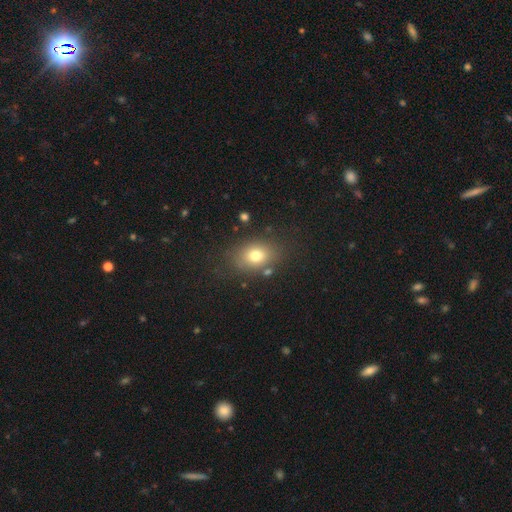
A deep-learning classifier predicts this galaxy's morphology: smooth_or_featured: smooth (p=0.75) [alt: featured or disk p=0.13]
how_rounded: in between (p=0.63) [alt: round p=0.36]
merging: none (p=0.77) [alt: minor disturbance p=0.13]